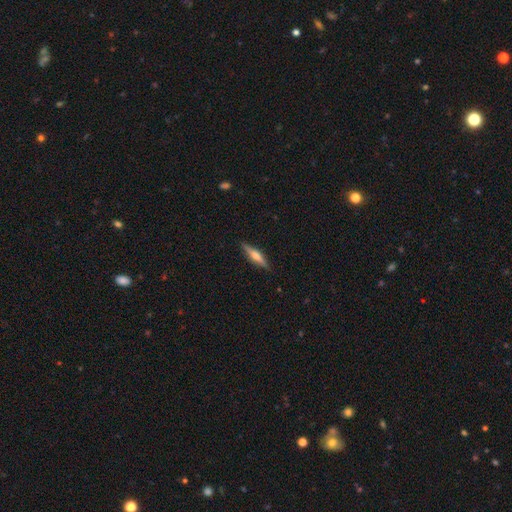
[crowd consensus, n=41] This is clearly a featured or disk galaxy (88%). It is clearly viewed edge-on (100%). Edge-on bulge: clearly rounded (81%). Merging: clearly none (93%).